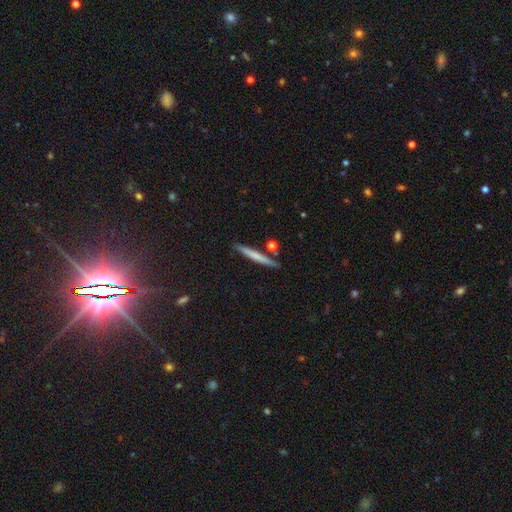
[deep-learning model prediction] Smooth or featured? Predicted: smooth (p=0.62). How rounded? Predicted: cigar-shaped (p=0.96). Merging? Predicted: none (p=0.86).